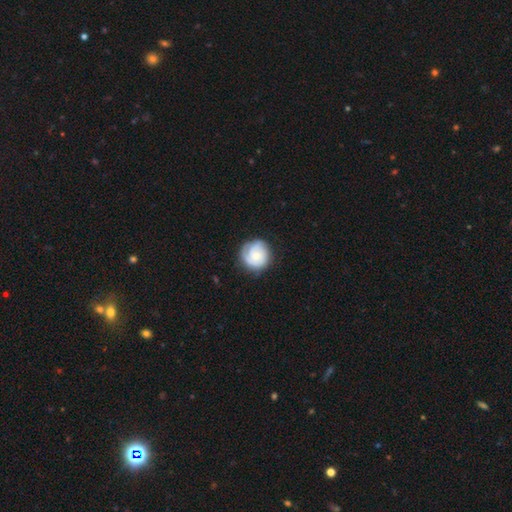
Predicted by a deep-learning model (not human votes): Morphology: type=featured or disk (54%); edge-on=no (98%); bar=no (78%); spiral arms=yes (88%); bulge=small (54%); merging=none (75%).